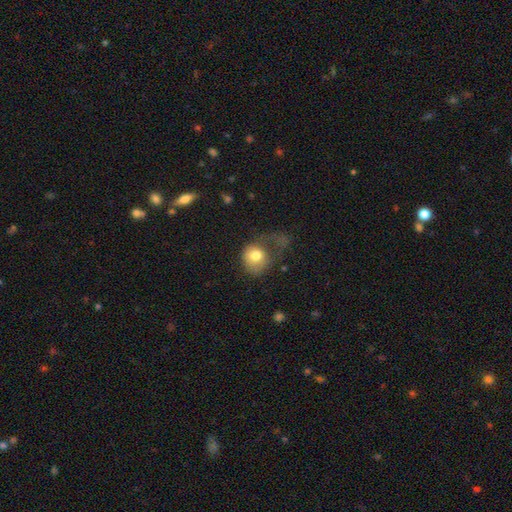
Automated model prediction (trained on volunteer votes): smooth-or-featured: smooth: 74% | featured or disk: 16% | star or artifact: 9%
  how-rounded: round: 73% | in between: 26% | cigar-shaped: 1%
  merging: major disturbance: 53% | none: 22% | minor disturbance: 21% | merger: 4%